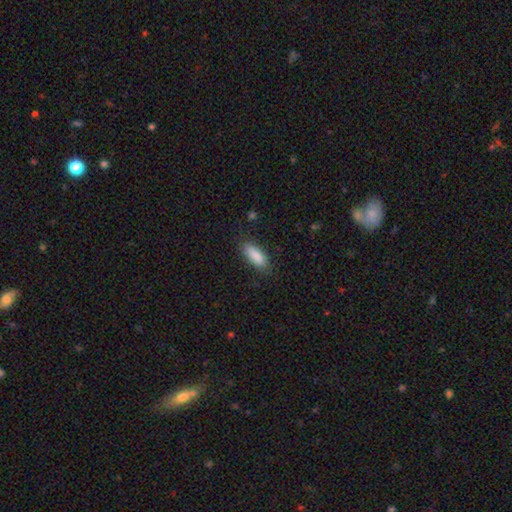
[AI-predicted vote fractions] Smooth or featured? smooth (88%)
How rounded? in between (69%)
Merging? none (83%)